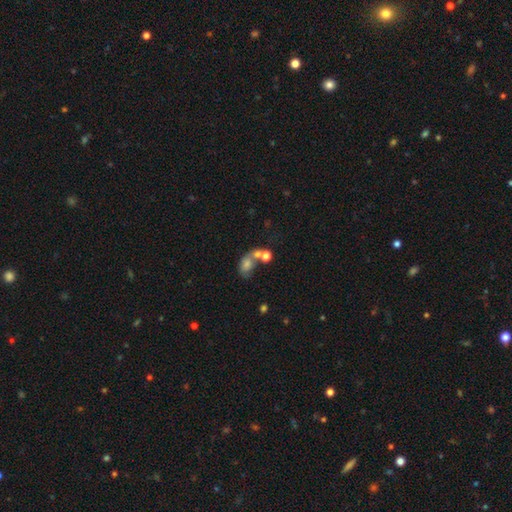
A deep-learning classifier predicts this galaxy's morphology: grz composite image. It shows a smooth galaxy with no disk features (49%). Merging: merger (49%).